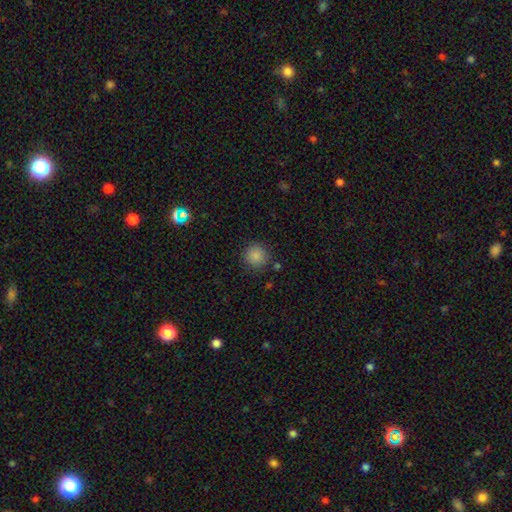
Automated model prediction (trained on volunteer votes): Overall: smooth (86%). How rounded: round (94%). Merging: none (87%).